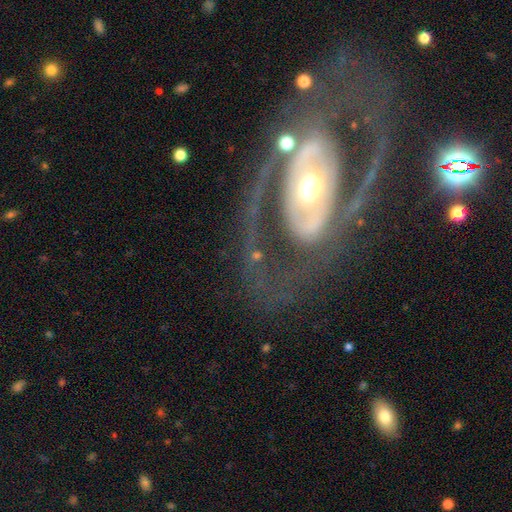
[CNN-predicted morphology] Smooth or featured?
  - featured or disk: 83% *
  - smooth: 11%
  - star or artifact: 5%
Edge-on disk?
  - no: 93% *
  - yes: 7%
Bar?
  - no: 48% *
  - strong: 27%
  - weak: 25%
Spiral arms?
  - yes: 65% *
  - no: 35%
Spiral winding?
  - medium: 41% *
  - tight: 35%
  - loose: 24%
Spiral arm count?
  - 2: 77% *
  - can't tell: 12%
  - 1: 5%
  - 3: 3%
  - 4: 2%
  - more than 4: 2%
Bulge size?
  - moderate: 64% *
  - large: 16%
  - small: 16%
  - dominant: 2%
  - none: 1%
Merging?
  - none: 70% *
  - major disturbance: 15%
  - minor disturbance: 13%
  - merger: 3%